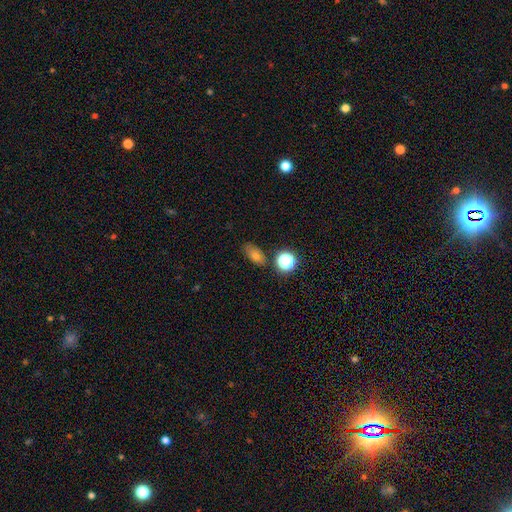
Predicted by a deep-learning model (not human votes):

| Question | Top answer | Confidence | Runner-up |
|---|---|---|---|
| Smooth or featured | smooth | 63% | star or artifact (24%) |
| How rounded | in between | 76% | round (20%) |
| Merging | none | 77% | minor disturbance (13%) |